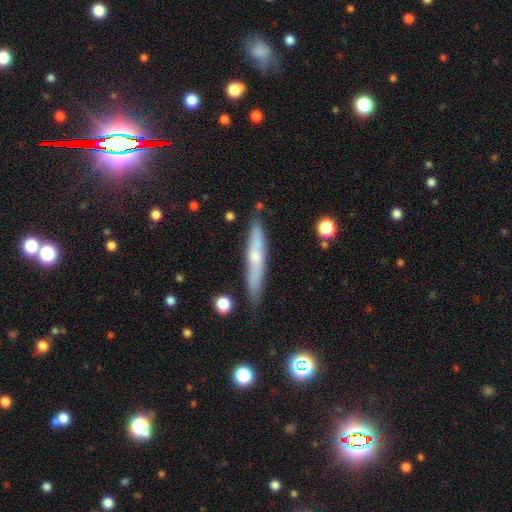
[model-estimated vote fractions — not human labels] The model was most divided on "smooth or featured": featured or disk: 50%, smooth: 43%, star or artifact: 7%. More confident: merging — none (83%).